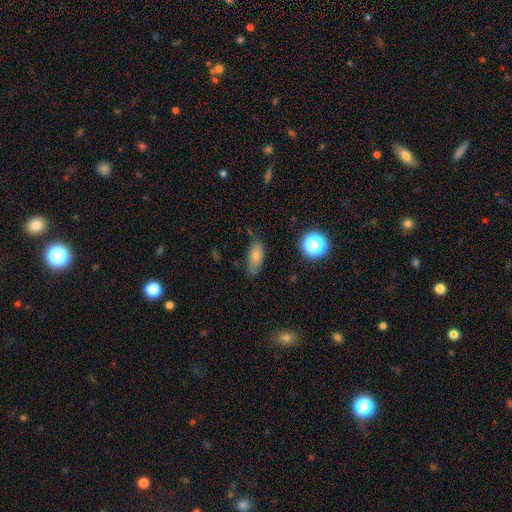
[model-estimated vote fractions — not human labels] Smooth or featured? Predicted: smooth (p=0.76). How rounded? Predicted: in between (p=0.79). Merging? Predicted: none (p=0.71).